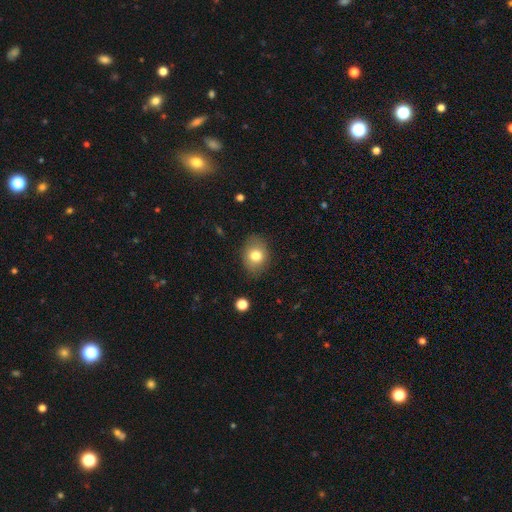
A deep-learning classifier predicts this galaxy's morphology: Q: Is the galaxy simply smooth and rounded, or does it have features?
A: smooth — 78%.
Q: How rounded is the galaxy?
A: in between — 60%.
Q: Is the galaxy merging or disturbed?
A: none — 81%.